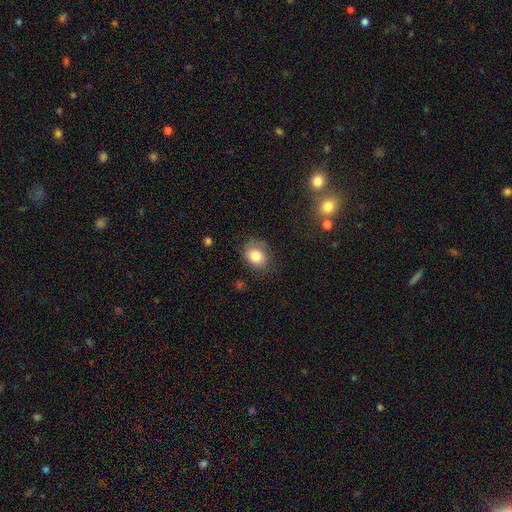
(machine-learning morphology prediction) Smooth or featured: smooth — 82% (star or artifact — 9%)
How rounded: in between — 50% (round — 49%)
Merging: none — 72% (minor disturbance — 21%)